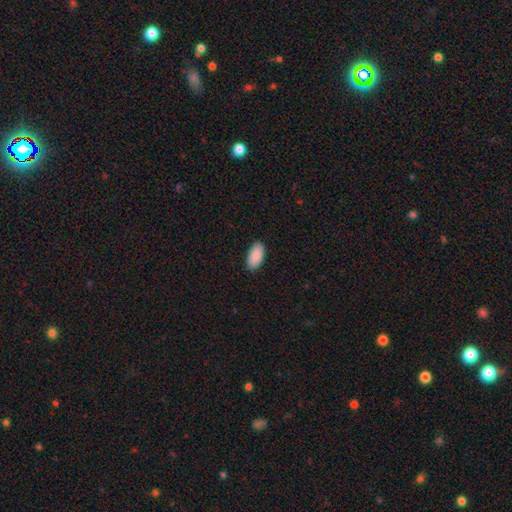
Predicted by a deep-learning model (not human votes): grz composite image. It shows a smooth galaxy with no disk features (91%) that is in between round and cigar-shaped (94%). Merging: none (88%).